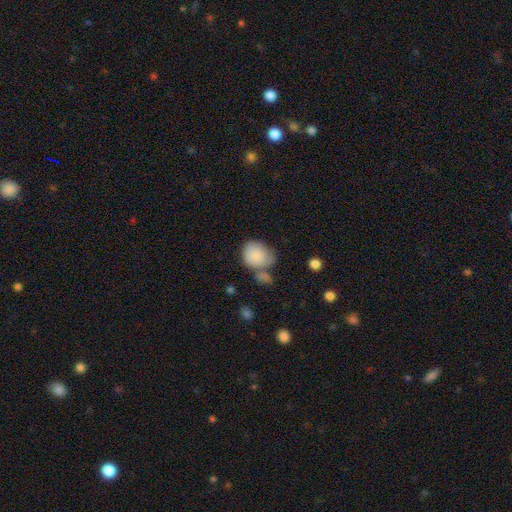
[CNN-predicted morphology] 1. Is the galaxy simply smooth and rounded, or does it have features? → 83% smooth, 10% featured or disk, 7% star or artifact.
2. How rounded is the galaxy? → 56% round, 43% in between, 1% cigar-shaped.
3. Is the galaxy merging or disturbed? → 41% none, 27% merger, 23% minor disturbance, 9% major disturbance.